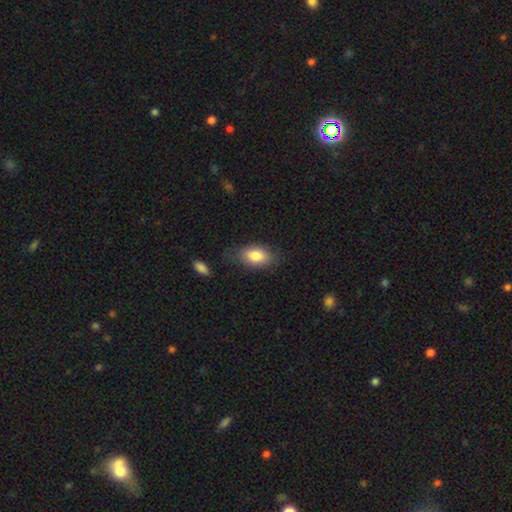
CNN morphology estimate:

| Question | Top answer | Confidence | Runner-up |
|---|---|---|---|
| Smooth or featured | smooth | 83% | featured or disk (10%) |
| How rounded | in between | 90% | round (7%) |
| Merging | none | 75% | minor disturbance (17%) |